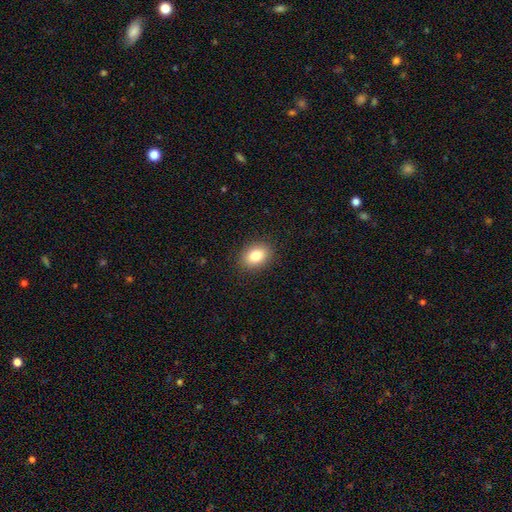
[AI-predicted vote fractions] This appears to be a smooth galaxy with no disk features (83%) that is in between round and cigar-shaped (72%). Merging: none (89%).